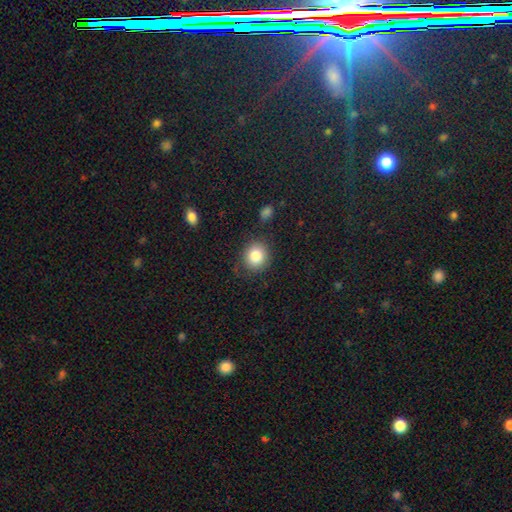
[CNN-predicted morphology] This appears to be a smooth galaxy with no disk features (83%) that is round (79%). Merging: none (84%).